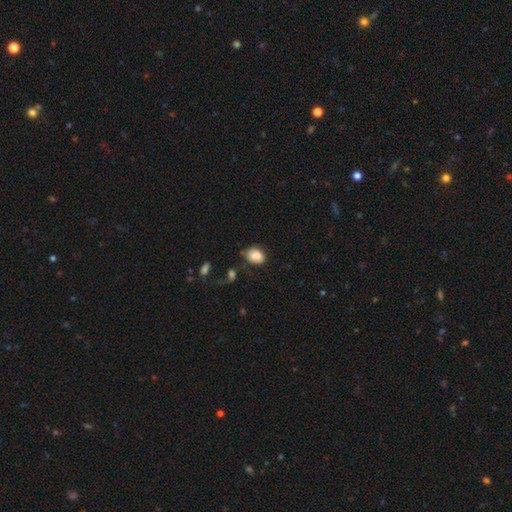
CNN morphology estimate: Smooth or featured? Predicted: smooth (p=0.84). How rounded? Predicted: in between (p=0.73). Merging? Predicted: none (p=0.62).